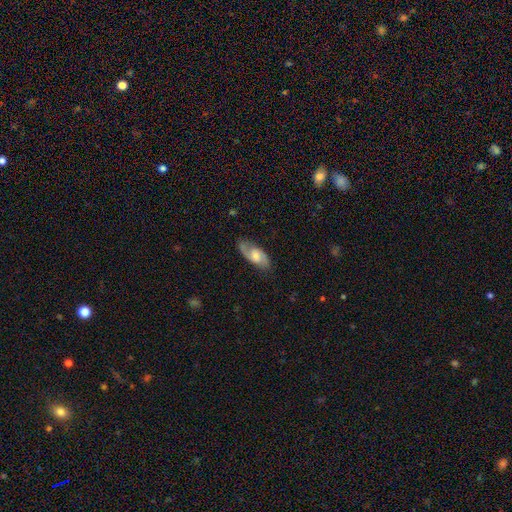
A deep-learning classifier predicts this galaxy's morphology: Overall: featured or disk (69%). Edge-on disk: no (93%). Bar: no (52%; weak 41%). Spiral arms: yes (92%). Spiral arm count: 2 (83%). Spiral winding: medium (49%; loose 27%). Bulge size: moderate (55%; small 27%). Merging: none (77%).